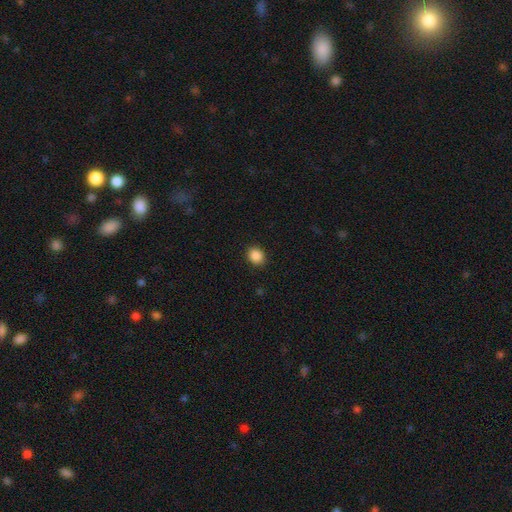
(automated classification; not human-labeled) Morphology: type=smooth (88%); roundness=round (64%); merging=none (90%).